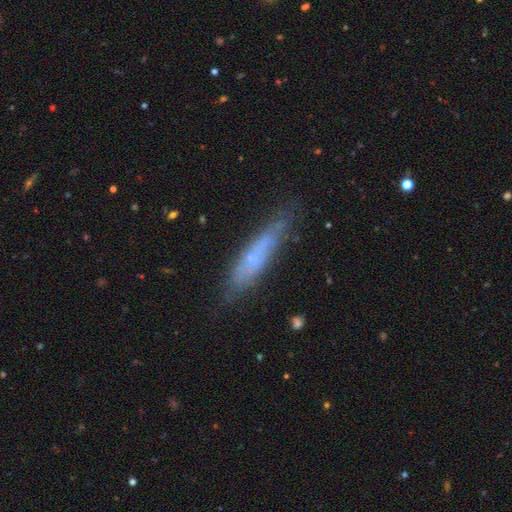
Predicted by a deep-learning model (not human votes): smooth-or-featured: smooth: 52% | featured or disk: 39% | star or artifact: 9%
  how-rounded: cigar-shaped: 83% | in between: 16% | round: 2%
  merging: none: 70% | minor disturbance: 22% | major disturbance: 6% | merger: 2%